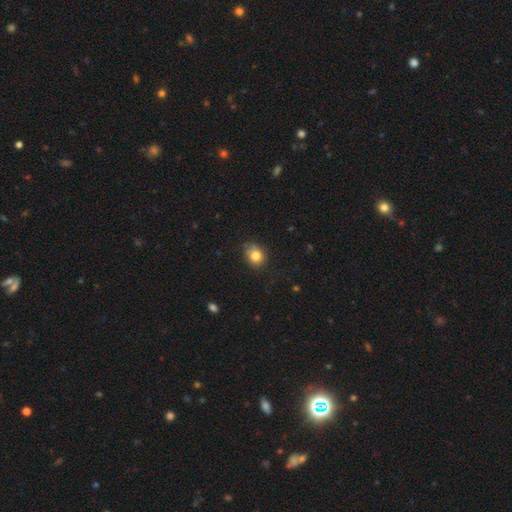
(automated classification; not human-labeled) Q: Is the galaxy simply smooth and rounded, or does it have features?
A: smooth — 81%.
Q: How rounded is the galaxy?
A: round — 60%.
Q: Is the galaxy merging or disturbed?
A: none — 69%.